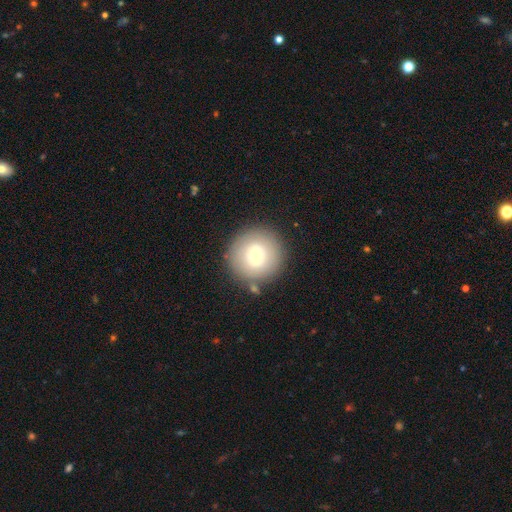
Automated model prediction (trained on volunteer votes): Overall: smooth (68%). How rounded: round (95%). Merging: none (85%).